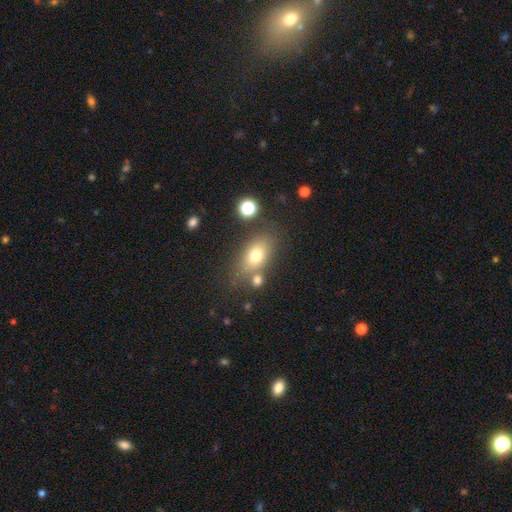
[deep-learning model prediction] Smooth or featured?
  - smooth: 72% *
  - featured or disk: 16%
  - star or artifact: 12%
How rounded?
  - in between: 79% *
  - round: 16%
  - cigar-shaped: 4%
Merging?
  - none: 66% *
  - minor disturbance: 15%
  - merger: 13%
  - major disturbance: 6%